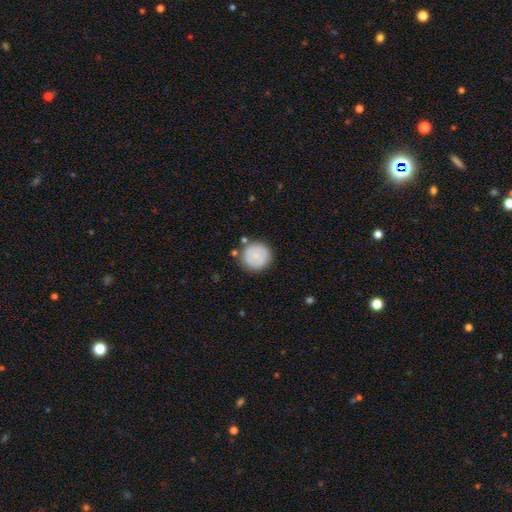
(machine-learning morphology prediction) smooth-or-featured: smooth: 78% | featured or disk: 16% | star or artifact: 7%
  how-rounded: round: 94% | in between: 5% | cigar-shaped: 1%
  merging: none: 82% | minor disturbance: 11% | merger: 4% | major disturbance: 3%